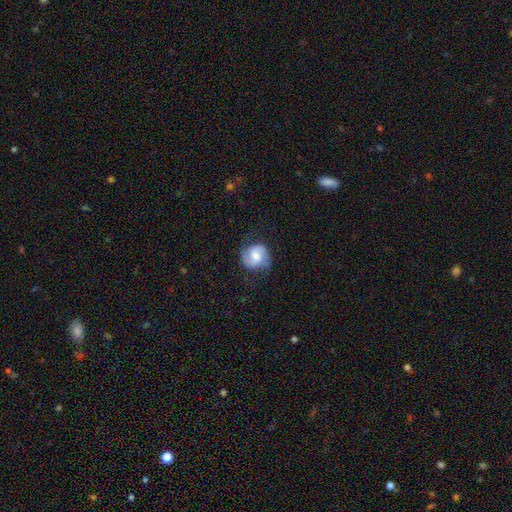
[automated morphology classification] Smooth or featured? Predicted: featured or disk (p=0.63). Edge-on disk? Predicted: no (p=0.98). Bar? Predicted: weak (p=0.46). Spiral arms? Predicted: yes (p=0.93). Spiral winding? Predicted: medium (p=0.49). Spiral arm count? Predicted: 2 (p=0.89). Bulge size? Predicted: moderate (p=0.50). Merging? Predicted: none (p=0.74).